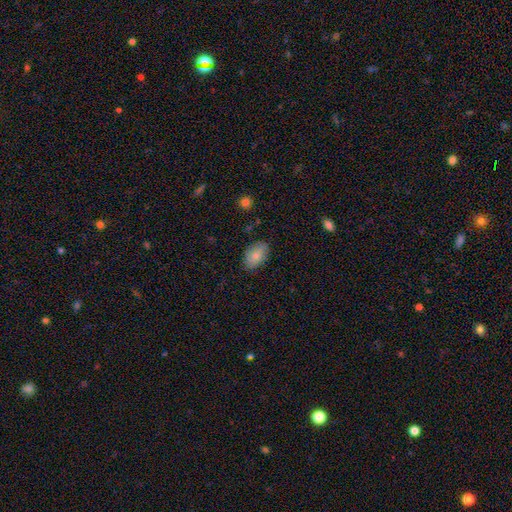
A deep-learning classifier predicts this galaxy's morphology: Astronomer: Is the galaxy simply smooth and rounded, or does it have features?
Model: smooth — 82%.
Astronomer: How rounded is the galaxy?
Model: in between — 90%.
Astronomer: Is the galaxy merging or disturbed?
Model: none — 82%.